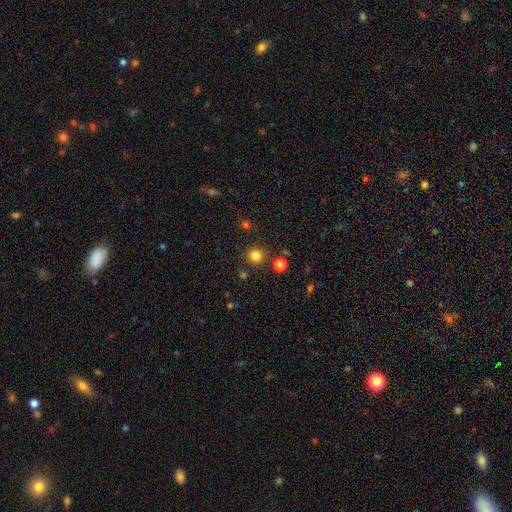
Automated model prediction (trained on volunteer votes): The model was most divided on "smooth or featured": smooth: 82%, star or artifact: 14%, featured or disk: 4%. More confident: how rounded — round (93%); merging — none (87%).